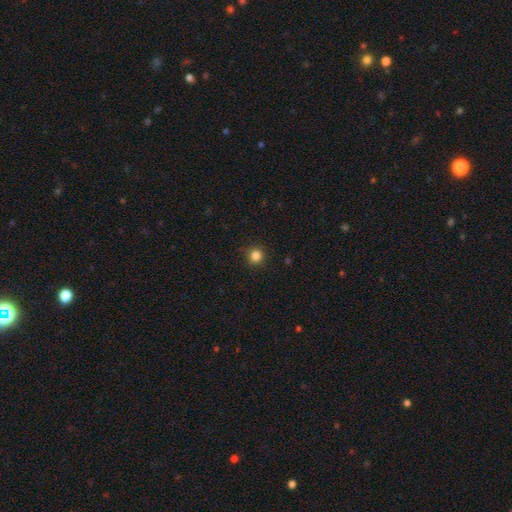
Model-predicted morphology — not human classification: A smooth galaxy with no disk features (84%) that is round (94%).

Vote fractions:
- Smooth or featured? smooth: 84% / star or artifact: 12% / featured or disk: 4%
- How rounded? round: 94% / in between: 5% / cigar-shaped: 1%
- Merging? none: 91% / minor disturbance: 6% / major disturbance: 2% / merger: 1%